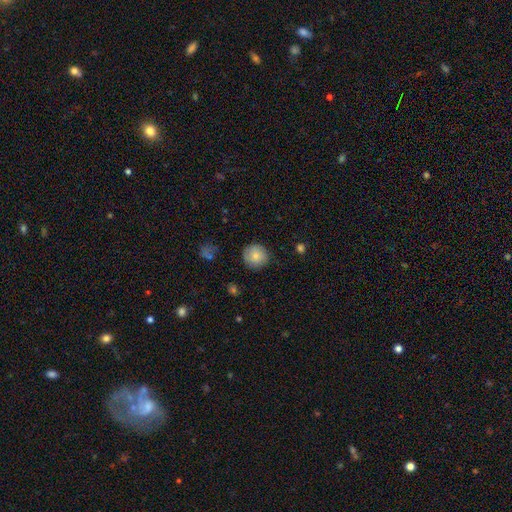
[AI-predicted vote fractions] smooth_or_featured: smooth (p=0.77) [alt: featured or disk p=0.16]
how_rounded: round (p=0.92) [alt: in between p=0.07]
merging: none (p=0.83) [alt: minor disturbance p=0.13]